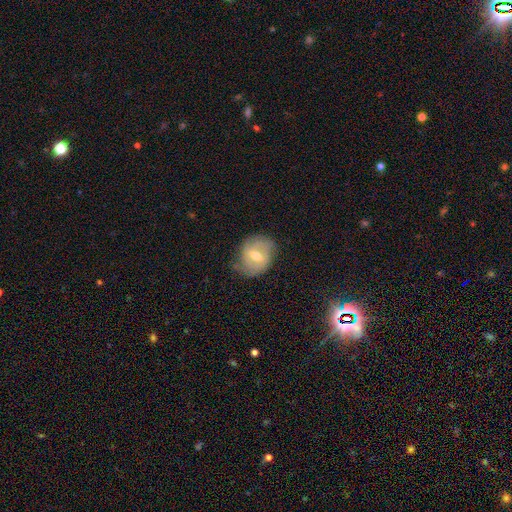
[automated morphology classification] Overall: featured or disk (57%; smooth 35%). Edge-on disk: no (95%). Bar: weak (54%; no 23%). Spiral arms: yes (68%; no 32%). Bulge size: moderate (74%). Merging: none (65%; minor disturbance 26%).